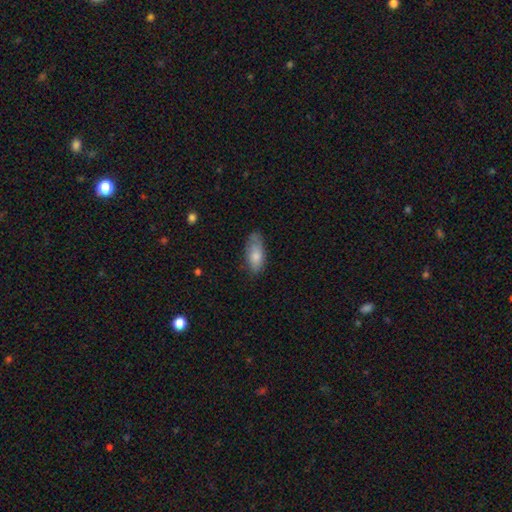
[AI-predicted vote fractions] This appears to be a smooth galaxy with no disk features (77%) that is in between round and cigar-shaped (86%). Merging: none (64%).